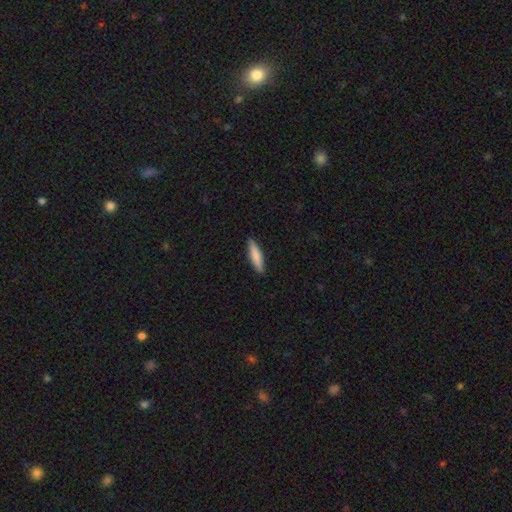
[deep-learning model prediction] smooth 80%, featured or disk 14%, star or artifact 5%. Down the decision tree: how rounded — cigar-shaped (80%); merging — none (89%).